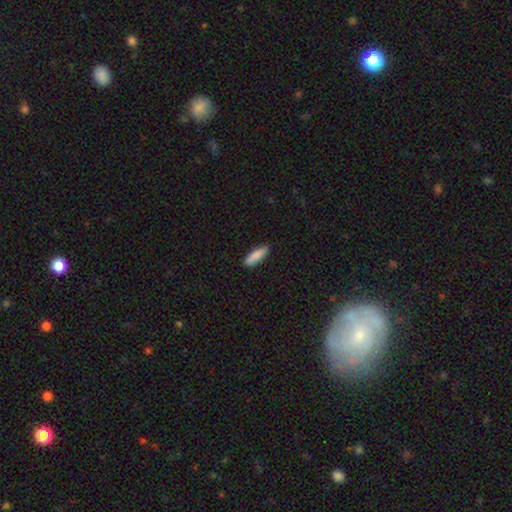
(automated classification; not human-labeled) This appears to be a smooth galaxy with no disk features (87%) that is cigar-shaped (64%). Merging: none (88%).